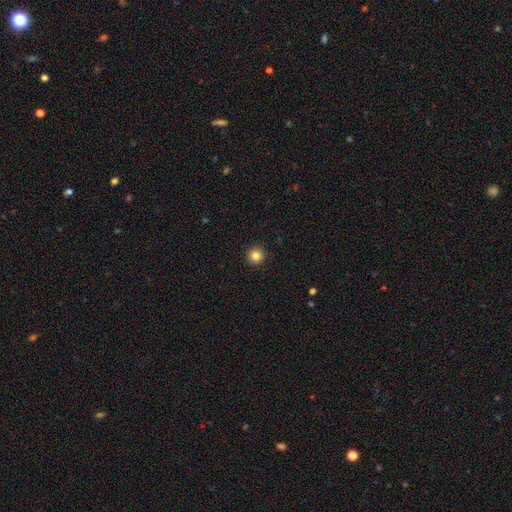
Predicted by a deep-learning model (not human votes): Smooth or featured? Predicted: smooth (p=0.84). How rounded? Predicted: round (p=0.96). Merging? Predicted: none (p=0.94).